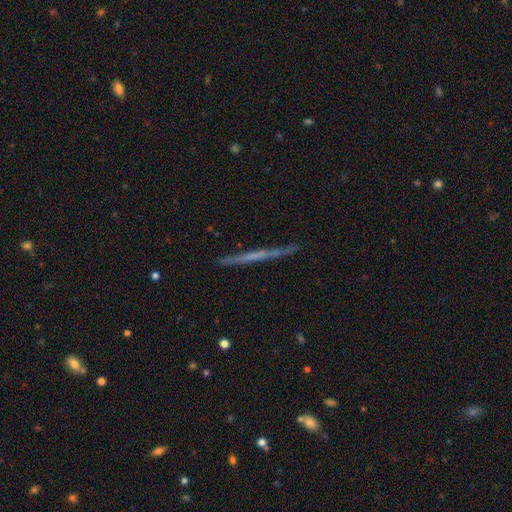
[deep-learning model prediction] Smooth or featured? Predicted: featured or disk (p=0.61). Edge-on disk? Predicted: yes (p=0.97). Edge-on bulge? Predicted: none (p=0.86). Merging? Predicted: none (p=0.89).